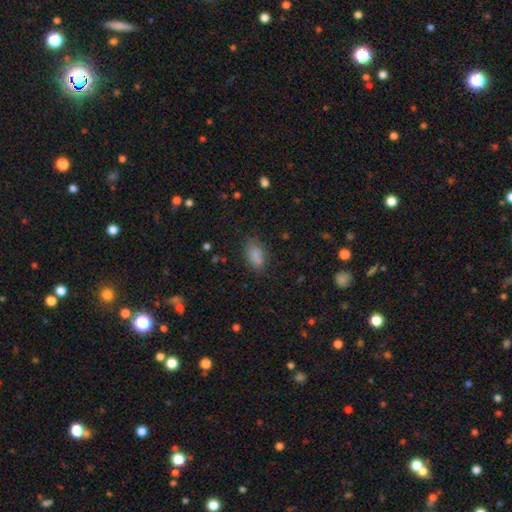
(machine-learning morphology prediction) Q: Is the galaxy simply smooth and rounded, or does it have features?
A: smooth — 85%.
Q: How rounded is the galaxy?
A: in between — 91%.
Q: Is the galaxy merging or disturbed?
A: none — 77%.